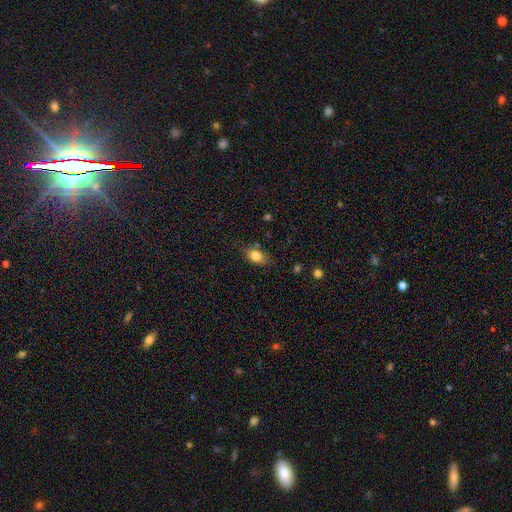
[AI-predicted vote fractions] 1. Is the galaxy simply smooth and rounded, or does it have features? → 81% smooth, 11% featured or disk, 9% star or artifact.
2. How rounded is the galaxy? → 83% in between, 13% round, 4% cigar-shaped.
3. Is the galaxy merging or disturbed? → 76% none, 18% minor disturbance, 4% major disturbance, 2% merger.